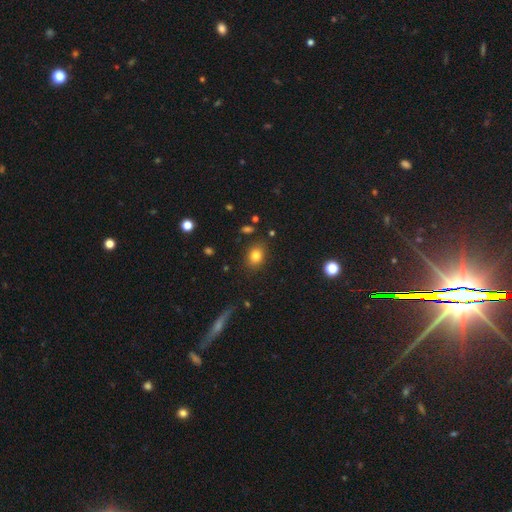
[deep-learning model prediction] This appears to be a smooth galaxy with no disk features (80%) that is in between round and cigar-shaped (56%). Merging: none (84%).